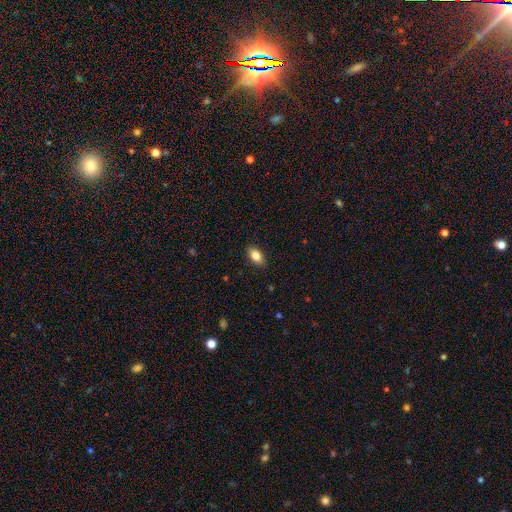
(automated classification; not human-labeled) smooth-or-featured: smooth: 84% | featured or disk: 8% | star or artifact: 8%
  how-rounded: in between: 90% | round: 7% | cigar-shaped: 3%
  merging: none: 89% | minor disturbance: 8% | major disturbance: 2% | merger: 1%